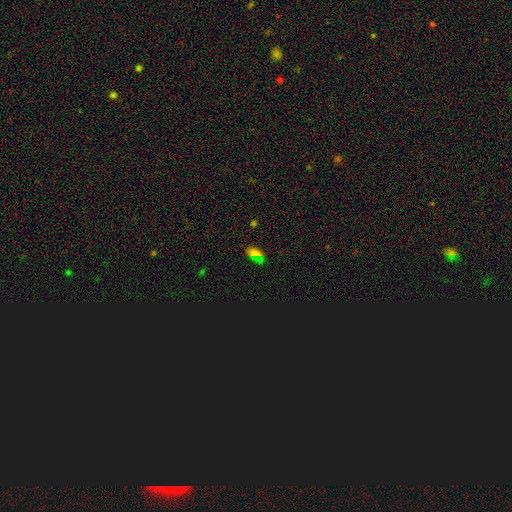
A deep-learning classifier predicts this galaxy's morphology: Smooth or featured: smooth — 48% (star or artifact — 42%)
Merging: none — 76% (minor disturbance — 16%)